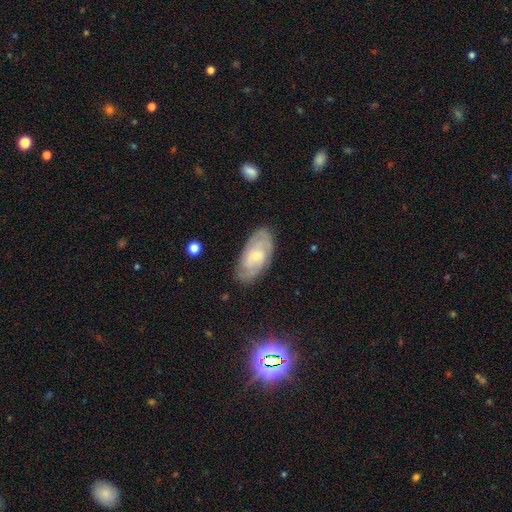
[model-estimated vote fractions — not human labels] Smooth or featured? Predicted: featured or disk (p=0.70). Edge-on disk? Predicted: no (p=0.94). Bar? Predicted: no (p=0.54). Spiral arms? Predicted: yes (p=0.90). Spiral winding? Predicted: tight (p=0.58). Spiral arm count? Predicted: 2 (p=0.40). Bulge size? Predicted: small (p=0.59). Merging? Predicted: none (p=0.78).